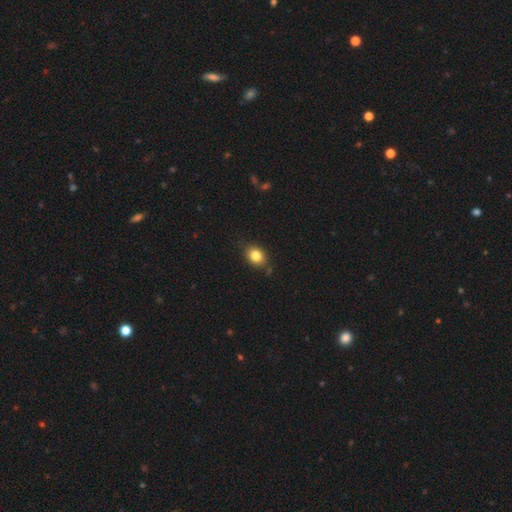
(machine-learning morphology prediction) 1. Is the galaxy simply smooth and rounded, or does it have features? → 82% smooth, 10% star or artifact, 8% featured or disk.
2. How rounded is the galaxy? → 53% in between, 46% round, 1% cigar-shaped.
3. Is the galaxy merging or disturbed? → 77% none, 16% minor disturbance, 3% major disturbance, 3% merger.